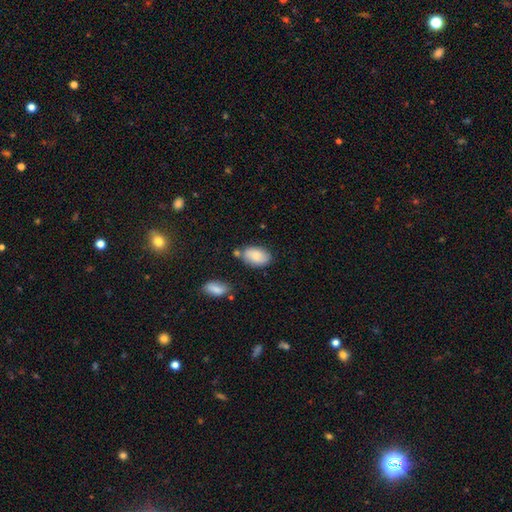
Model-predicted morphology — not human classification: Overall: smooth (81%). How rounded: in between (92%). Merging: none (66%).